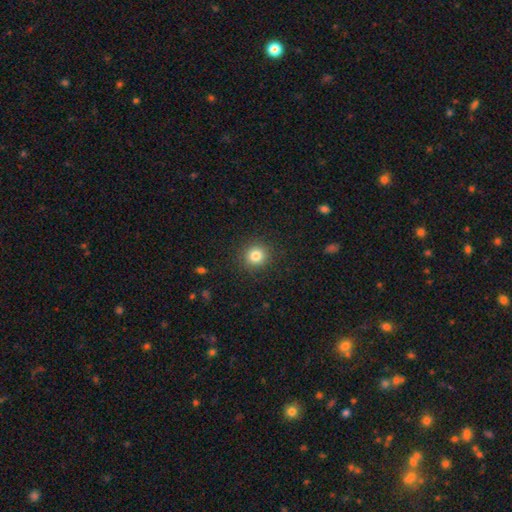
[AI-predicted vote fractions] Morphology: type=smooth (83%); roundness=round (92%); merging=none (90%).